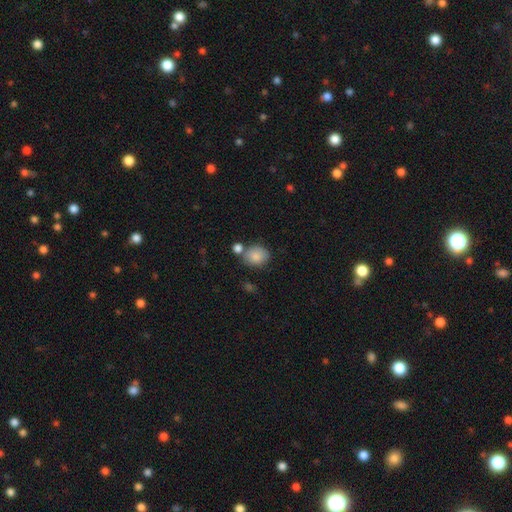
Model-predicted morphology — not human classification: A smooth galaxy with no disk features (84%) that is round (59%). Merging: none (61%).